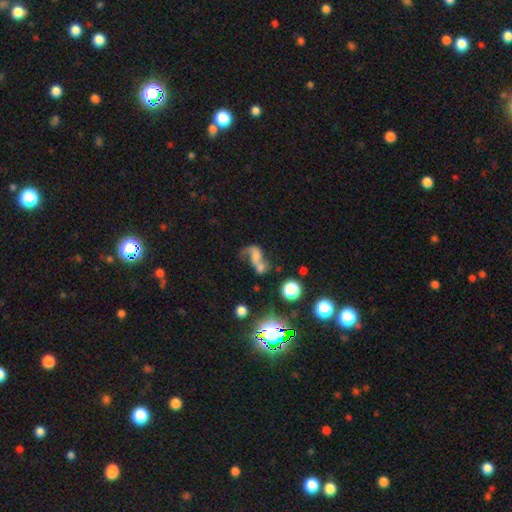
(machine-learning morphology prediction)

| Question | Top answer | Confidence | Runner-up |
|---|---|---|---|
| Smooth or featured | featured or disk | 46% | smooth (34%) |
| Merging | merger | 49% | major disturbance (21%) |